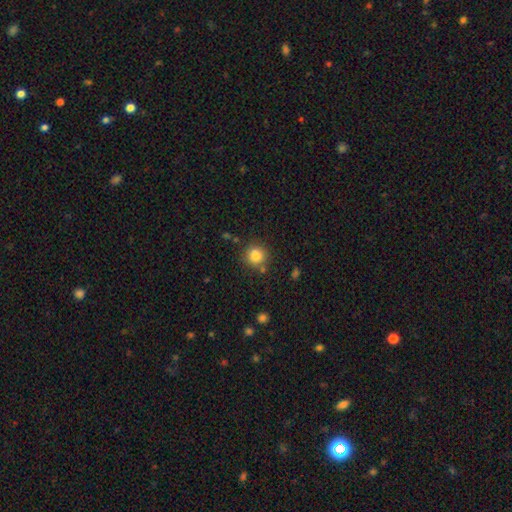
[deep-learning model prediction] smooth-or-featured: smooth: 83% | star or artifact: 11% | featured or disk: 6%
  how-rounded: round: 89% | in between: 11% | cigar-shaped: 1%
  merging: none: 78% | minor disturbance: 12% | merger: 6% | major disturbance: 4%